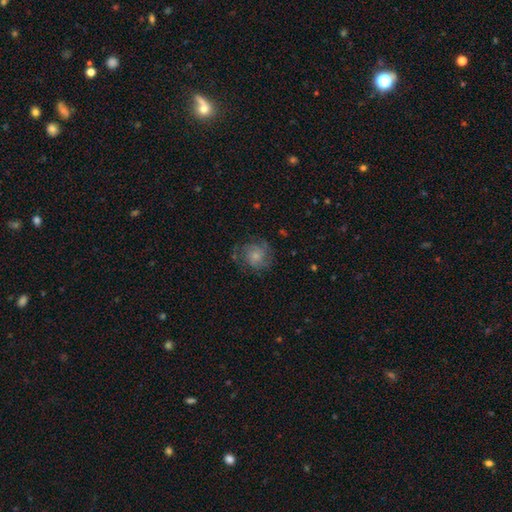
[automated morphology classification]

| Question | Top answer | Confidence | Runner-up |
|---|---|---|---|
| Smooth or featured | smooth | 52% | featured or disk (39%) |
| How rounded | round | 84% | in between (15%) |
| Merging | none | 64% | minor disturbance (21%) |